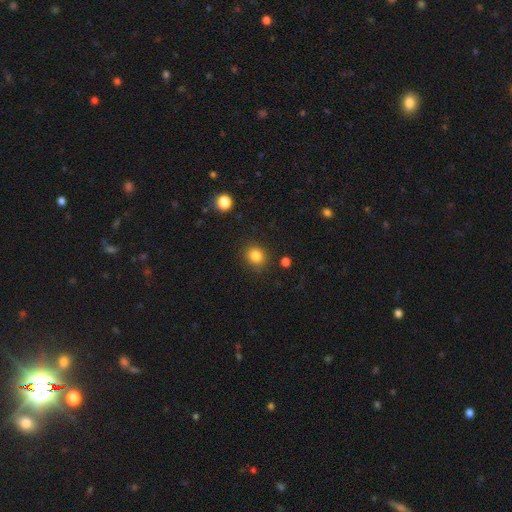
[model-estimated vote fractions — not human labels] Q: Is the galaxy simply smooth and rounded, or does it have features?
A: smooth — 84%.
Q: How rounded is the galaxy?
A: round — 73%.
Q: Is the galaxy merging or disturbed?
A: none — 85%.